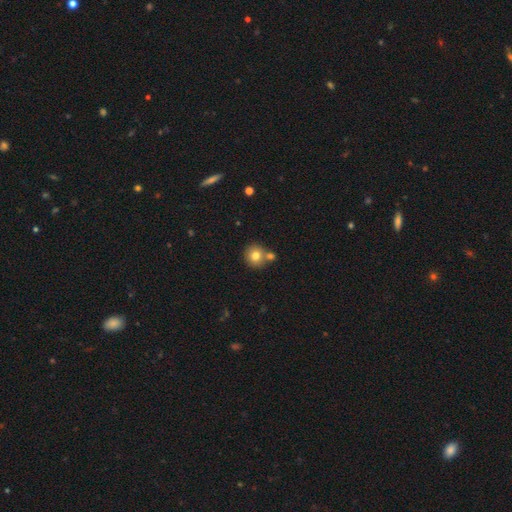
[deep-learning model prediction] smooth_or_featured: smooth (p=0.77) [alt: featured or disk p=0.12]
how_rounded: round (p=0.90) [alt: in between p=0.09]
merging: none (p=0.64) [alt: merger p=0.24]